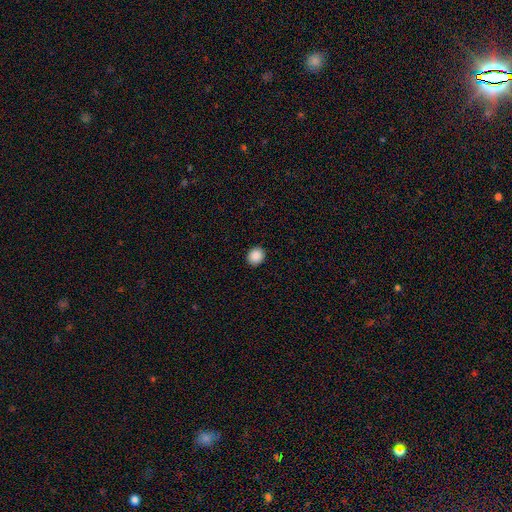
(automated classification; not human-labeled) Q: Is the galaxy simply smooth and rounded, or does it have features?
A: smooth — 89%.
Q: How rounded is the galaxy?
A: round — 78%.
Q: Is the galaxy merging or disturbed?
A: none — 92%.